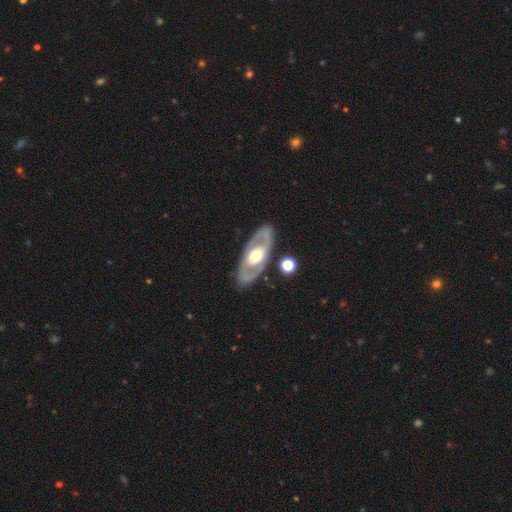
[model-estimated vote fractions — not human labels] A featured or disk galaxy (68%) with no bar (76%), no spiral arms (68%) and a moderate central bulge (61%). Merging: none (85%).